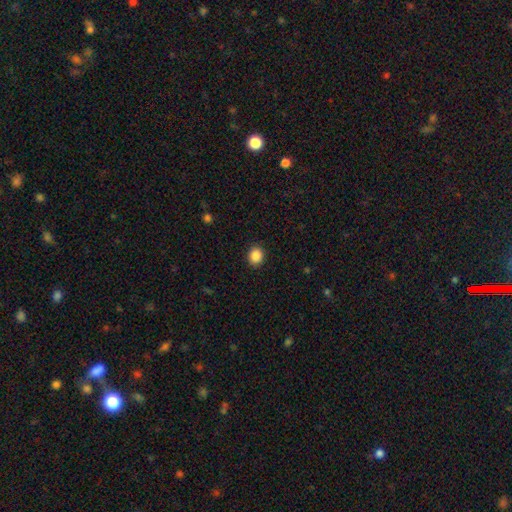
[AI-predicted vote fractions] Smooth or featured? smooth (88%)
How rounded? round (67%)
Merging? none (91%)